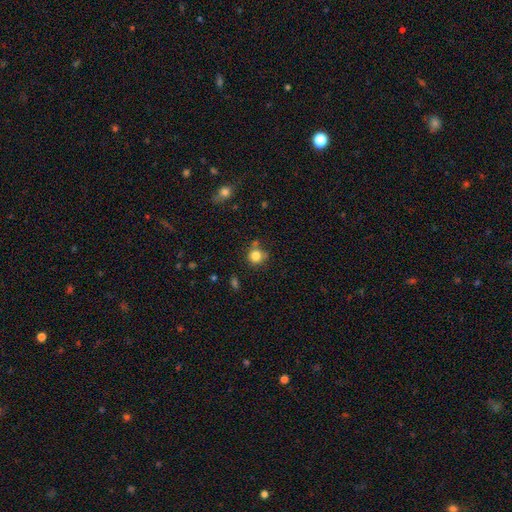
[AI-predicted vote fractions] Morphology: type=smooth (82%); roundness=round (88%); merging=none (69%).